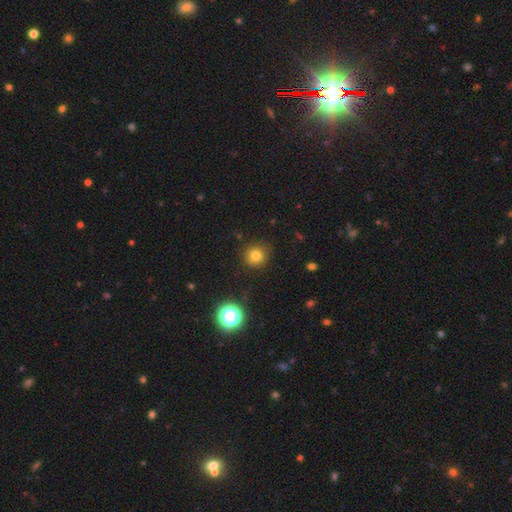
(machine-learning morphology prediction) Smooth or featured? smooth (77%)
How rounded? round (90%)
Merging? none (86%)